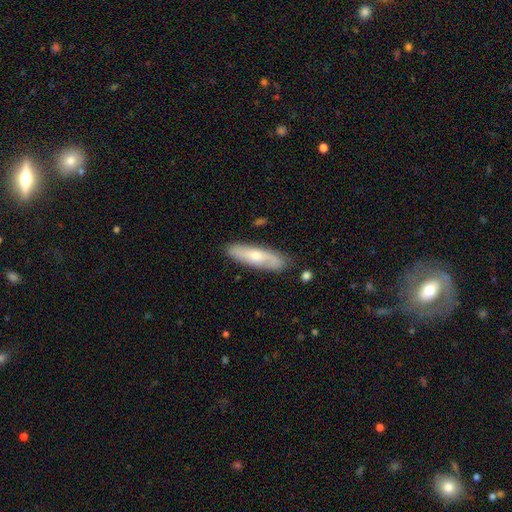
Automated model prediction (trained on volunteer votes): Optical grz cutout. It shows a smooth galaxy with no disk features (50%). Merging: none (82%).